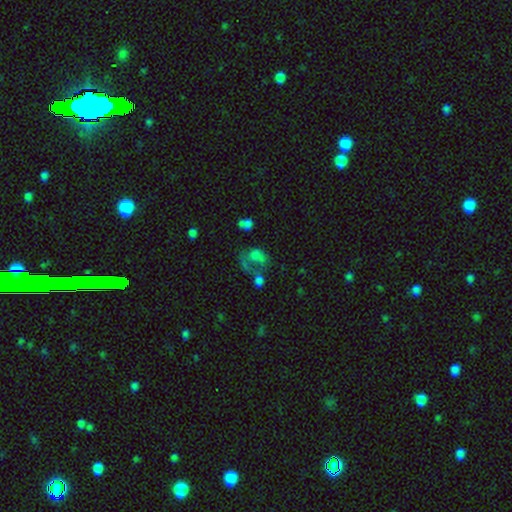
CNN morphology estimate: The model was most divided on "merging": major disturbance: 32%, merger: 31%, none: 24%, minor disturbance: 14%. Remaining: smooth or featured — smooth (50%).